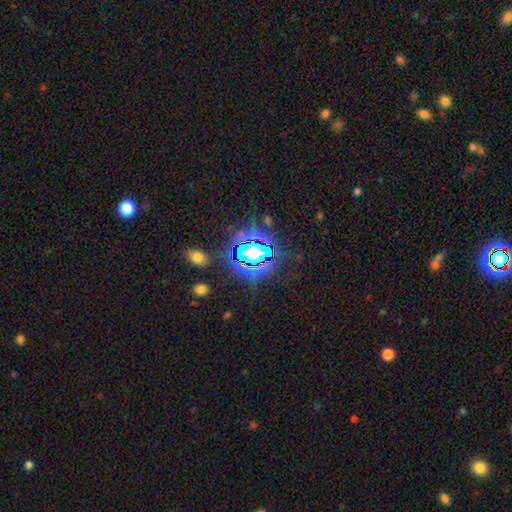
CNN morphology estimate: smooth-or-featured: star or artifact: 70% | smooth: 19% | featured or disk: 11%